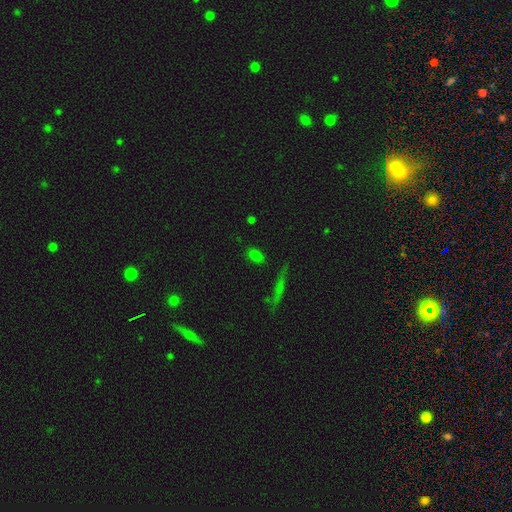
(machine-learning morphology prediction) smooth 75%, star or artifact 18%, featured or disk 7%. Down the decision tree: how rounded — in between (83%); merging — none (82%).